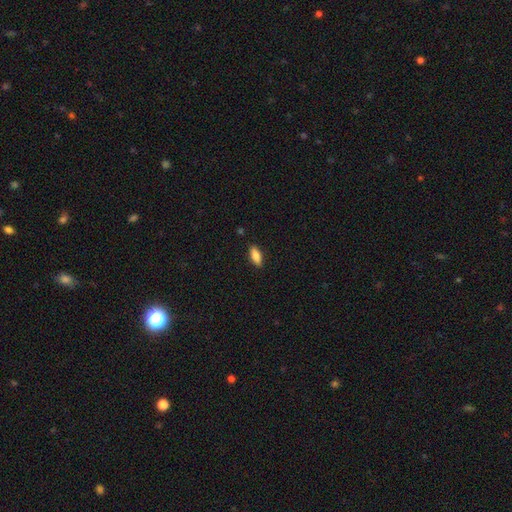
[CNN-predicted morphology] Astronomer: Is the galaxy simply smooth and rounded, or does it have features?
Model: smooth — 81%.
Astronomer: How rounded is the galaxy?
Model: in between — 76%.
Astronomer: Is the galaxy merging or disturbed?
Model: none — 88%.